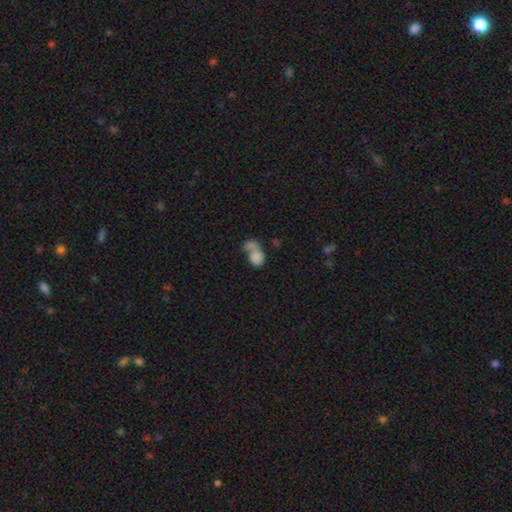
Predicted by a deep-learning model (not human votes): Q: Smooth or featured?
A: smooth (78%); runner-up: featured or disk (13%)
Q: How rounded?
A: in between (56%); runner-up: round (43%)
Q: Merging?
A: merger (62%); runner-up: none (18%)